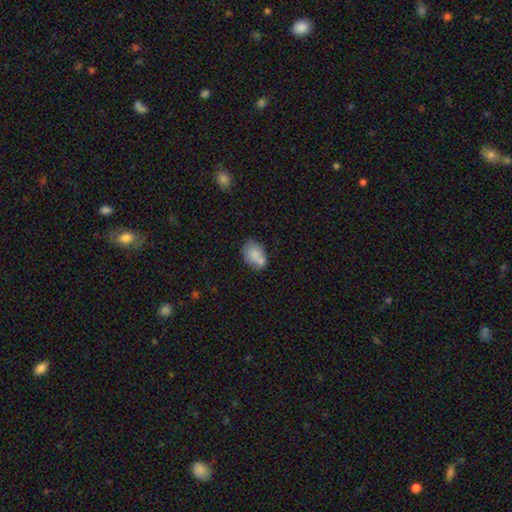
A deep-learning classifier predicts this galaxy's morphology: smooth-or-featured: smooth: 76% | featured or disk: 16% | star or artifact: 8%
  how-rounded: in between: 79% | round: 20% | cigar-shaped: 1%
  merging: none: 45% | merger: 27% | minor disturbance: 21% | major disturbance: 7%